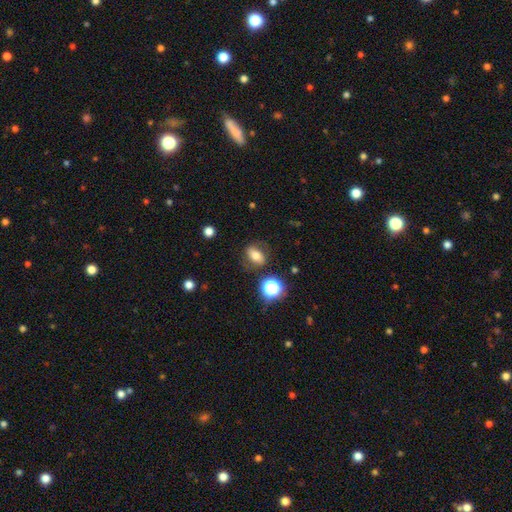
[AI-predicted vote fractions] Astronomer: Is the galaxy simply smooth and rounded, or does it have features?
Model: smooth — 64%.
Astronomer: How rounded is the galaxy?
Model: in between — 70%.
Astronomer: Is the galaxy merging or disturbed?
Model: none — 75%.